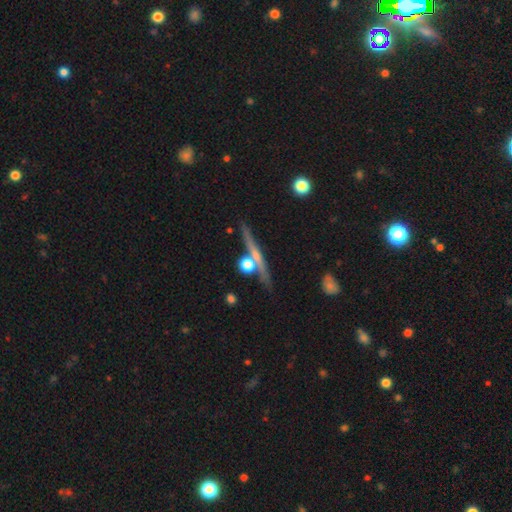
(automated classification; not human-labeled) Smooth or featured?
  - featured or disk: 62% *
  - smooth: 29%
  - star or artifact: 9%
Edge-on disk?
  - yes: 94% *
  - no: 6%
Edge-on bulge?
  - rounded: 48% *
  - none: 44%
  - boxy: 8%
Merging?
  - none: 74% *
  - merger: 12%
  - minor disturbance: 11%
  - major disturbance: 3%